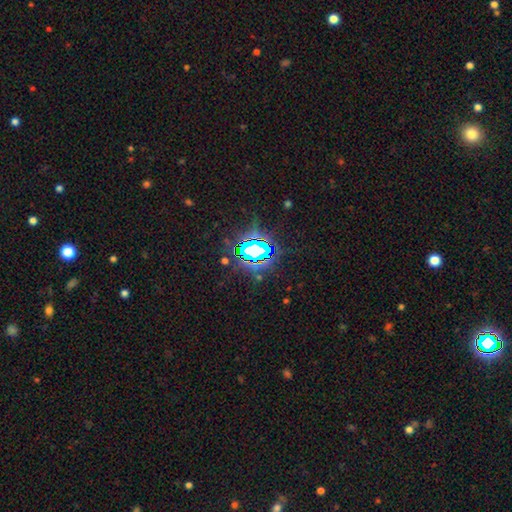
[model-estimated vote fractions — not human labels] Q: Smooth or featured?
A: star or artifact (81%); runner-up: smooth (11%)